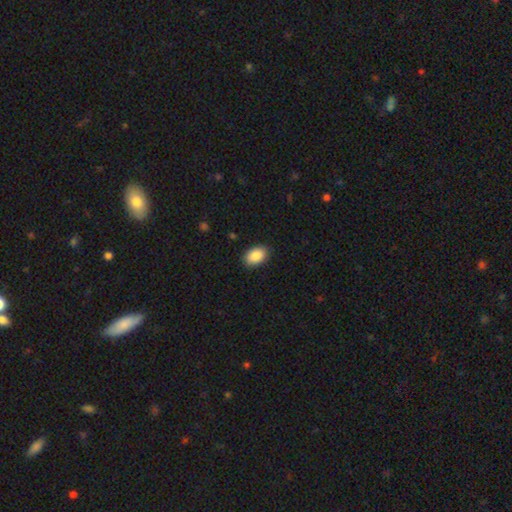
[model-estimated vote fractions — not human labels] Q: Smooth or featured?
A: smooth (89%); runner-up: star or artifact (7%)
Q: How rounded?
A: in between (91%); runner-up: round (8%)
Q: Merging?
A: none (89%); runner-up: minor disturbance (8%)